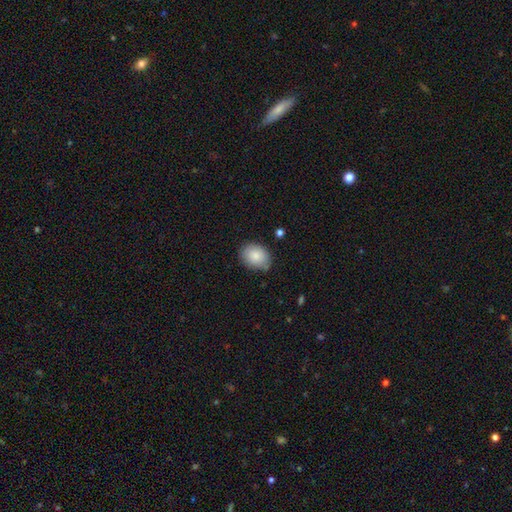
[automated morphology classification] Smooth or featured? Predicted: smooth (p=0.85). How rounded? Predicted: in between (p=0.69). Merging? Predicted: none (p=0.77).